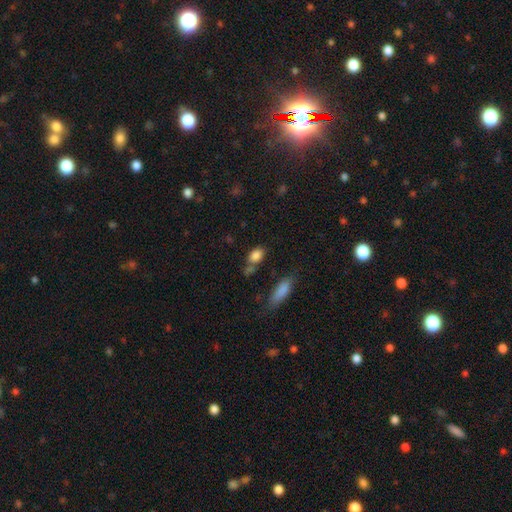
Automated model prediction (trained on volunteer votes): This appears to be a smooth galaxy with no disk features (84%) that is in between round and cigar-shaped (79%). Merging: none (60%).